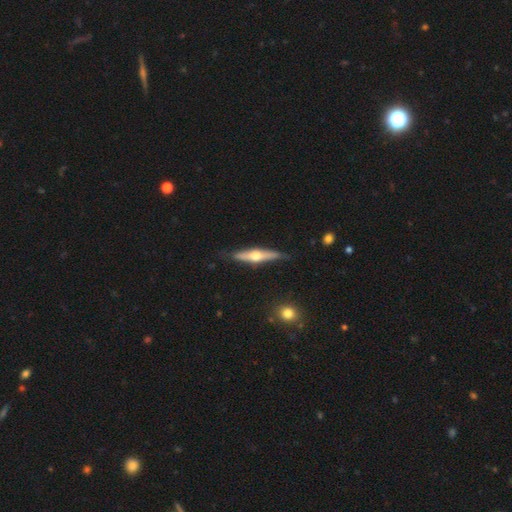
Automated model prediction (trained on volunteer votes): Morphology: type=featured or disk (64%); edge-on=yes (94%); edge-on bulge=rounded (93%); merging=none (81%).